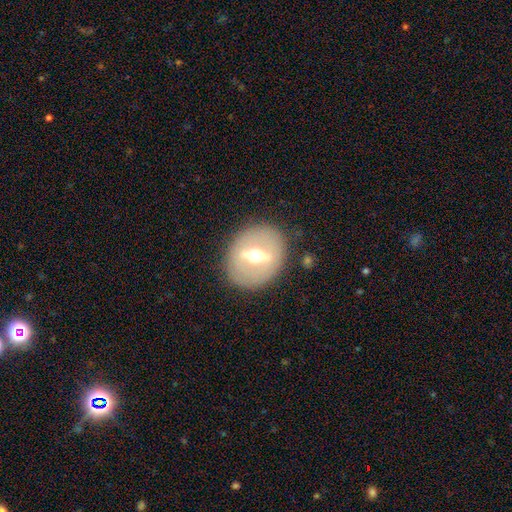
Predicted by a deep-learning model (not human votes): Smooth or featured? featured or disk (65%)
Edge-on disk? no (84%)
Bar? strong (57%)
Spiral arms? no (86%)
Bulge size? moderate (73%)
Merging? none (84%)